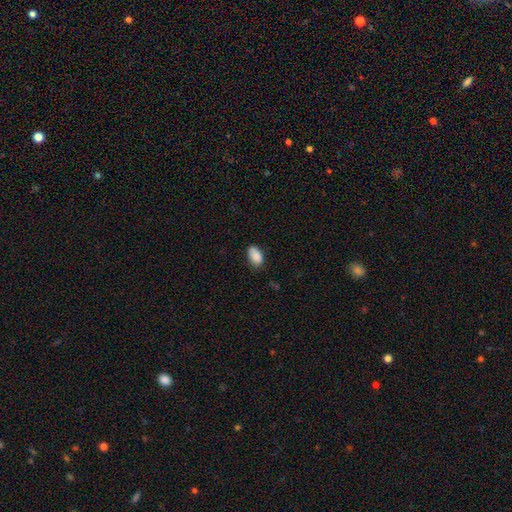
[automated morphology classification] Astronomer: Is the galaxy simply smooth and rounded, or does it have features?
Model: smooth — 88%.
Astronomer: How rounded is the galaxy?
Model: in between — 93%.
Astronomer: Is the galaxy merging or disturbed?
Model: none — 75%.